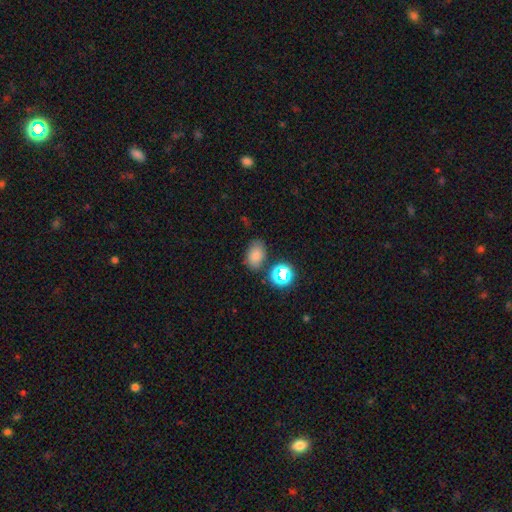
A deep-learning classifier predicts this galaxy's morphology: A smooth galaxy with no disk features (77%) that is in between round and cigar-shaped (79%).

Vote fractions:
- Smooth or featured? smooth: 77% / star or artifact: 16% / featured or disk: 8%
- How rounded? in between: 79% / round: 20% / cigar-shaped: 1%
- Merging? none: 74% / minor disturbance: 14% / merger: 7% / major disturbance: 4%